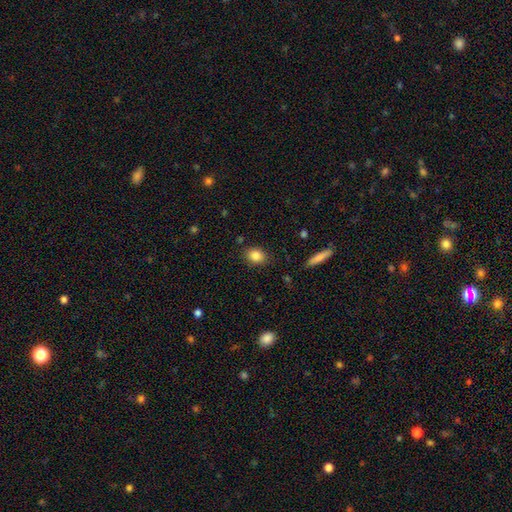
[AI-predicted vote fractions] Smooth or featured? Predicted: smooth (p=0.85). How rounded? Predicted: in between (p=0.62). Merging? Predicted: none (p=0.85).